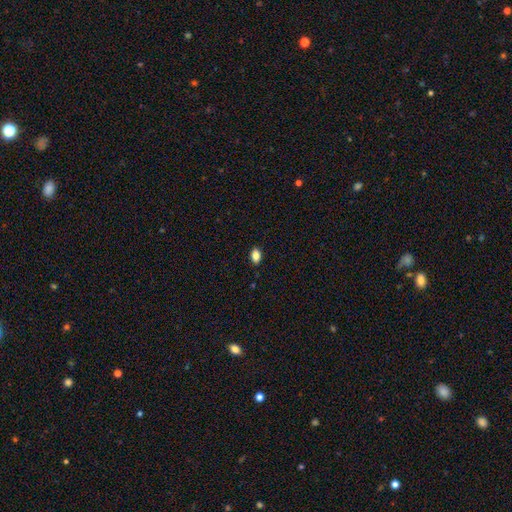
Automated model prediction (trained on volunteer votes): Smooth or featured? smooth (83%)
How rounded? in between (85%)
Merging? none (88%)